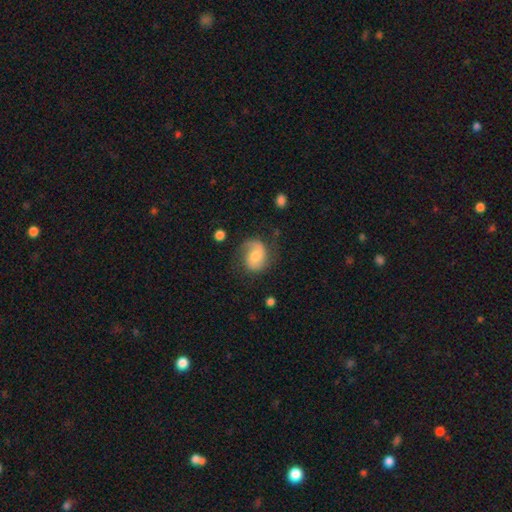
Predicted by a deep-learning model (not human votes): Smooth or featured: featured or disk — 59% (smooth — 34%)
Edge-on disk: no — 97% (yes — 3%)
Bar: no — 55% (weak — 37%)
Spiral arms: yes — 91% (no — 9%)
Spiral winding: medium — 42% (loose — 38%)
Spiral arm count: 2 — 65% (1 — 26%)
Bulge size: moderate — 50% (small — 29%)
Merging: none — 60% (minor disturbance — 23%)